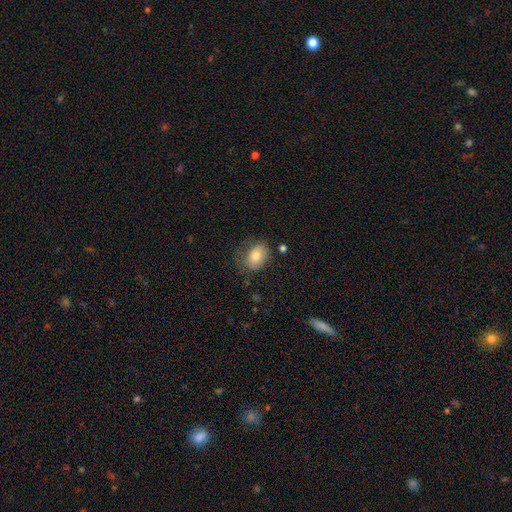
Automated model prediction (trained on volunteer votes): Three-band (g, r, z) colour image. It shows a smooth galaxy with no disk features (76%) that is in between round and cigar-shaped (74%). Merging: none (57%).